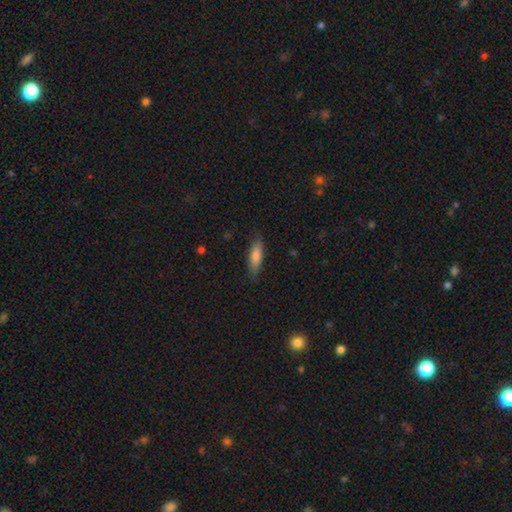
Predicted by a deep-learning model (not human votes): A smooth galaxy with no disk features (76%) that is cigar-shaped (57%). Merging: none (83%).